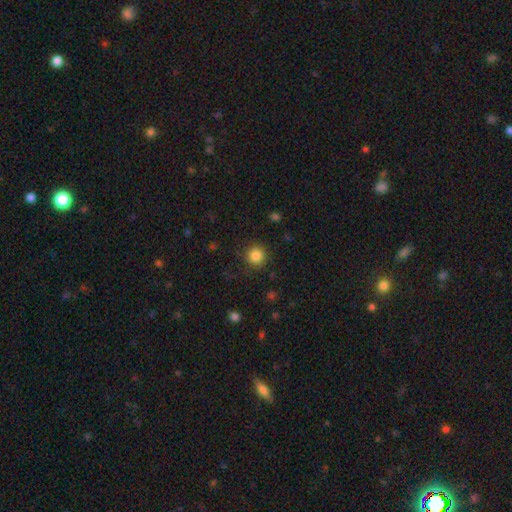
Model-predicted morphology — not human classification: The model was most divided on "smooth or featured": smooth: 84%, star or artifact: 11%, featured or disk: 4%. More confident: how rounded — round (94%); merging — none (87%).